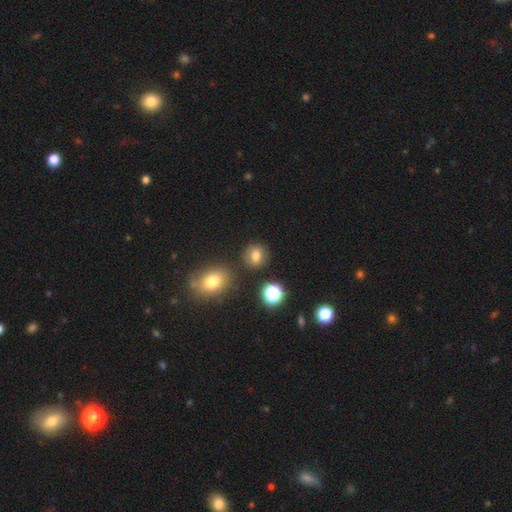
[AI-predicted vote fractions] smooth-or-featured: smooth: 76% | star or artifact: 14% | featured or disk: 10%
  how-rounded: round: 77% | in between: 22% | cigar-shaped: 1%
  merging: none: 83% | minor disturbance: 9% | merger: 5% | major disturbance: 3%